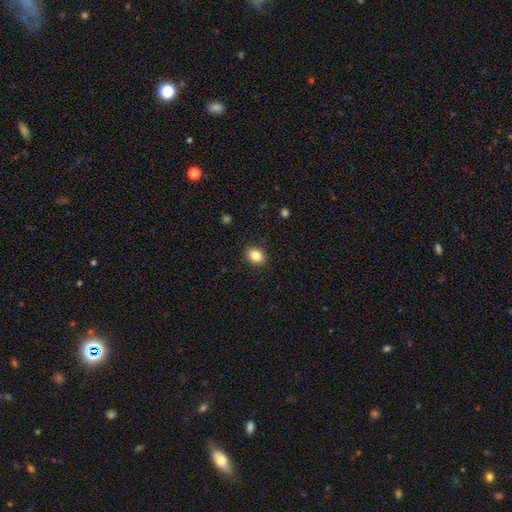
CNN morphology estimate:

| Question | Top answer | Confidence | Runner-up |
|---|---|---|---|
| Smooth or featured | smooth | 84% | star or artifact (10%) |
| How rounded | in between | 53% | round (47%) |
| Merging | none | 91% | minor disturbance (7%) |